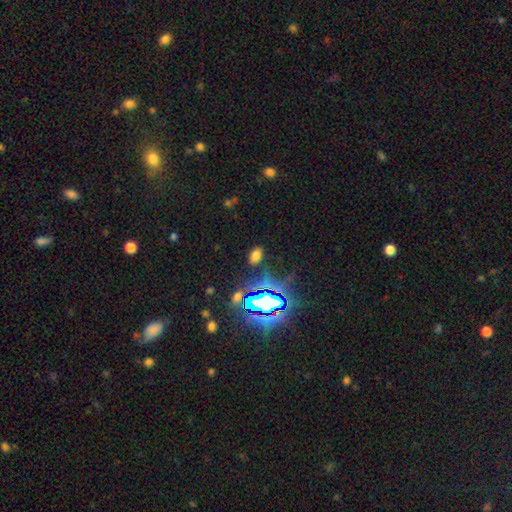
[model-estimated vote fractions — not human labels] This appears to be a smooth galaxy with no disk features (61%) that is in between round and cigar-shaped (86%). Merging: none (83%).